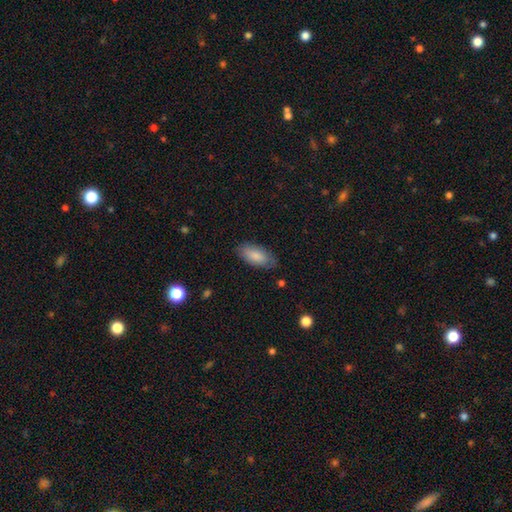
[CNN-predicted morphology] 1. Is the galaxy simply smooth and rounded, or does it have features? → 83% smooth, 11% featured or disk, 6% star or artifact.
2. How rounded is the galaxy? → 90% in between, 8% cigar-shaped, 2% round.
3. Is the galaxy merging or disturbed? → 78% none, 17% minor disturbance, 4% major disturbance, 1% merger.